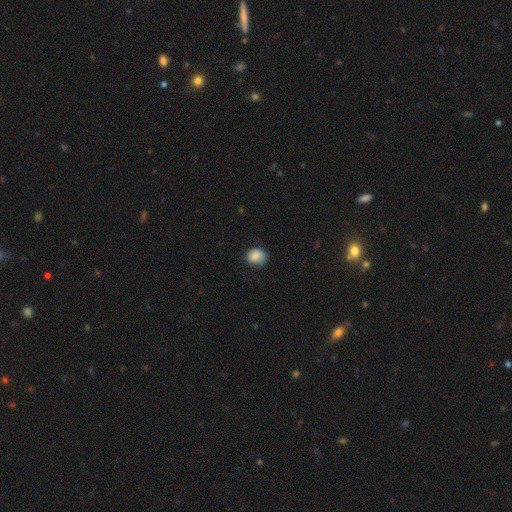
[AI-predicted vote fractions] Q: Smooth or featured?
A: smooth (85%); runner-up: star or artifact (9%)
Q: How rounded?
A: round (58%); runner-up: in between (41%)
Q: Merging?
A: none (67%); runner-up: minor disturbance (26%)